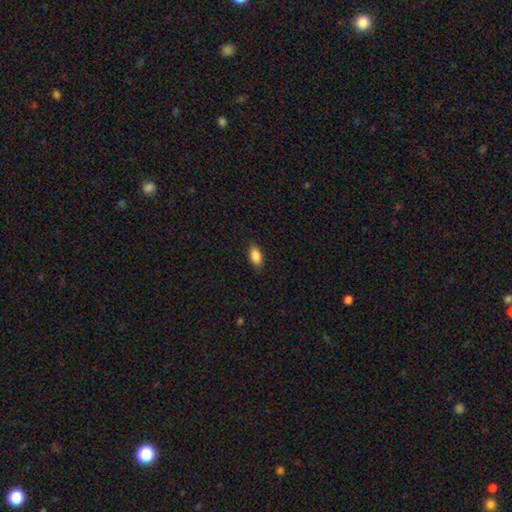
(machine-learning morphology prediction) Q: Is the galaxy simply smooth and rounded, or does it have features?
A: smooth — 89%.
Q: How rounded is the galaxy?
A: in between — 92%.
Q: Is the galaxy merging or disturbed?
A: none — 87%.